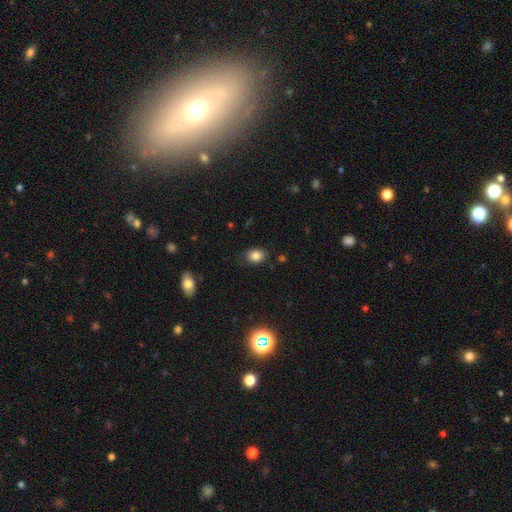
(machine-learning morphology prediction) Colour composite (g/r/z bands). It shows a smooth galaxy with no disk features (84%) that is in between round and cigar-shaped (62%). Merging: none (77%).